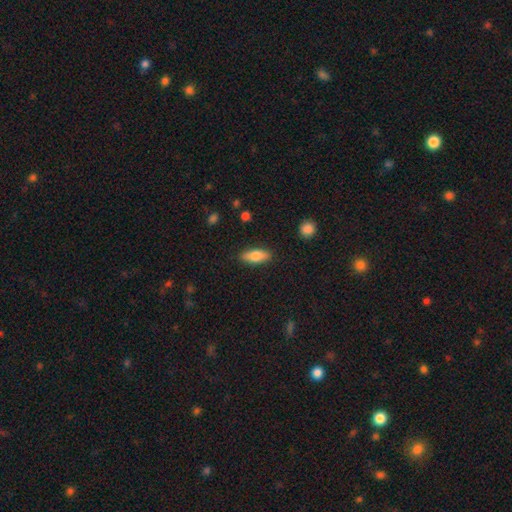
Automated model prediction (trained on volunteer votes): The model was most divided on "how rounded": in between: 74%, cigar-shaped: 23%, round: 3%. More confident: merging — none (86%); smooth or featured — smooth (78%).